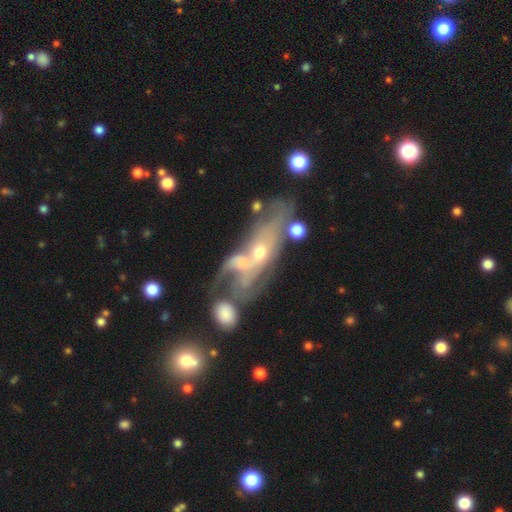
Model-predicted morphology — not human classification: Smooth or featured?
  - featured or disk: 71% *
  - smooth: 18%
  - star or artifact: 11%
Edge-on disk?
  - no: 74% *
  - yes: 26%
Bar?
  - no: 74% *
  - weak: 19%
  - strong: 7%
Spiral arms?
  - yes: 57% *
  - no: 43%
Bulge size?
  - small: 51% *
  - moderate: 42%
  - none: 3%
  - large: 3%
  - dominant: 1%
Merging?
  - none: 36% *
  - merger: 30%
  - major disturbance: 18%
  - minor disturbance: 16%